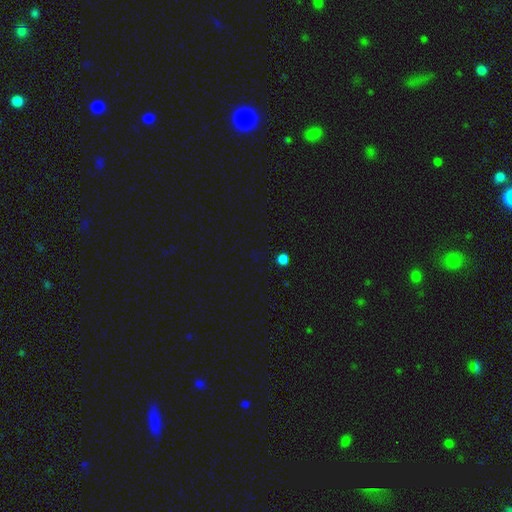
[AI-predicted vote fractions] smooth_or_featured: smooth (p=0.52) [alt: star or artifact p=0.44]
how_rounded: round (p=0.92) [alt: in between p=0.07]
merging: none (p=0.89) [alt: minor disturbance p=0.06]